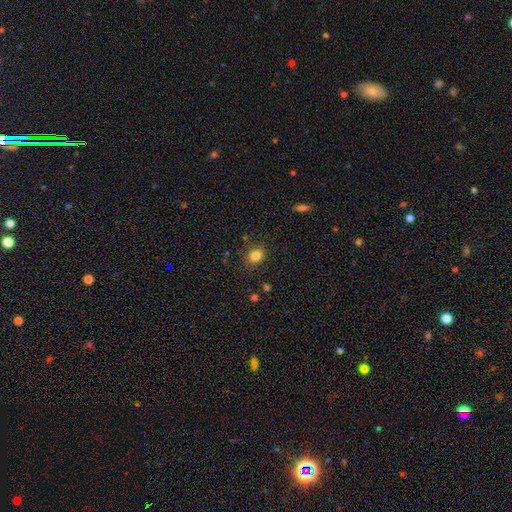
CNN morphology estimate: Smooth or featured?
  - smooth: 82% *
  - star or artifact: 12%
  - featured or disk: 6%
How rounded?
  - in between: 50% *
  - round: 49%
  - cigar-shaped: 1%
Merging?
  - none: 81% *
  - minor disturbance: 13%
  - major disturbance: 4%
  - merger: 2%